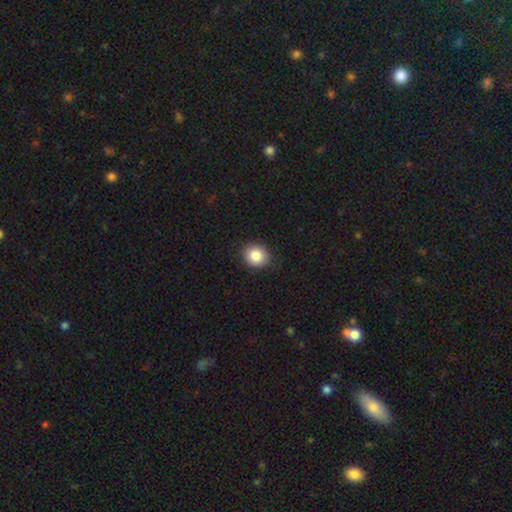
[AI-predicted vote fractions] This appears to be a smooth galaxy with no disk features (86%) that is round (75%). Merging: none (88%).